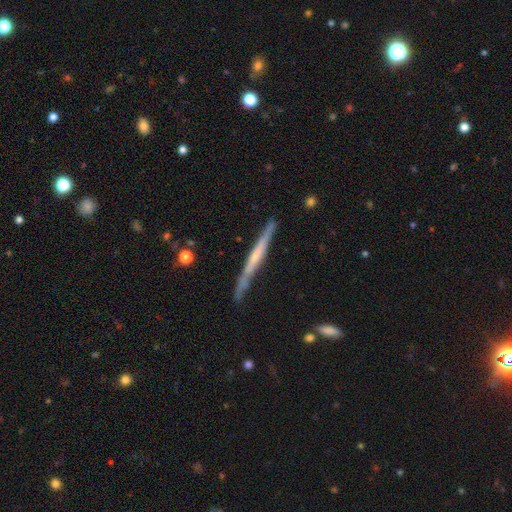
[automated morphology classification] Q: Smooth or featured?
A: featured or disk (63%); runner-up: smooth (32%)
Q: Edge-on disk?
A: yes (96%); runner-up: no (4%)
Q: Edge-on bulge?
A: none (65%); runner-up: rounded (20%)
Q: Merging?
A: none (81%); runner-up: minor disturbance (15%)